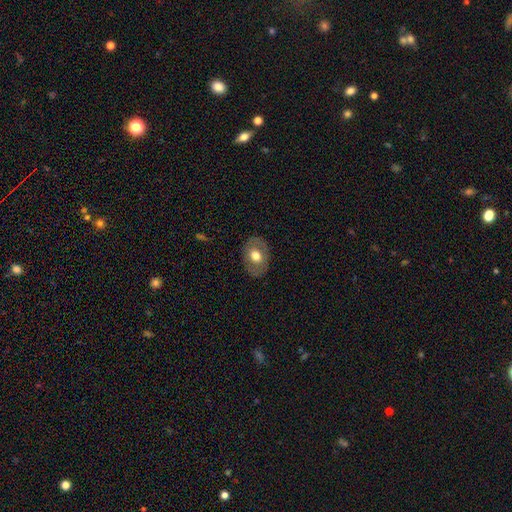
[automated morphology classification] Smooth or featured?
  - smooth: 59% *
  - featured or disk: 34%
  - star or artifact: 7%
How rounded?
  - in between: 68% *
  - round: 31%
  - cigar-shaped: 1%
Merging?
  - none: 84% *
  - minor disturbance: 12%
  - major disturbance: 4%
  - merger: 1%